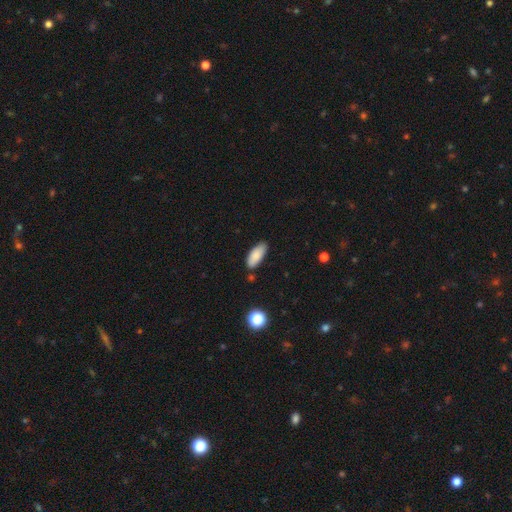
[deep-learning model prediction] smooth-or-featured: smooth: 86% | star or artifact: 7% | featured or disk: 7%
  how-rounded: in between: 84% | cigar-shaped: 15% | round: 2%
  merging: none: 81% | minor disturbance: 14% | merger: 3% | major disturbance: 2%